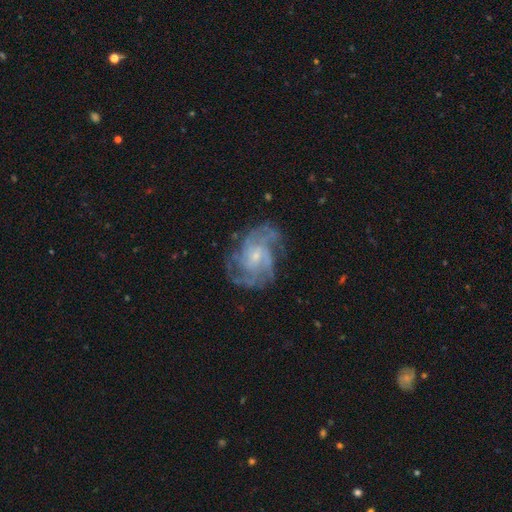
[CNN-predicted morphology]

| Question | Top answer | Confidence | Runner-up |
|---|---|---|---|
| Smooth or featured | featured or disk | 86% | smooth (7%) |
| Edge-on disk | no | 97% | yes (3%) |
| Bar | no | 61% | weak (33%) |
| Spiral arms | yes | 96% | no (4%) |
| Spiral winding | tight | 46% | medium (43%) |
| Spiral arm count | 4 | 26% | can't tell (24%) |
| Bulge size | small | 71% | moderate (22%) |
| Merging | none | 71% | minor disturbance (18%) |